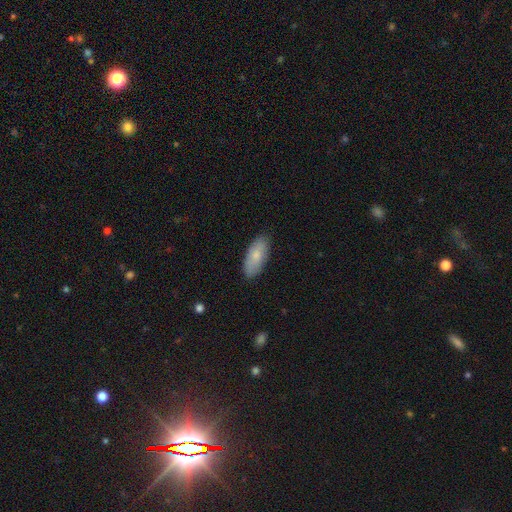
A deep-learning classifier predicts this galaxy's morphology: Q: Smooth or featured?
A: smooth (78%); runner-up: featured or disk (16%)
Q: How rounded?
A: in between (87%); runner-up: cigar-shaped (11%)
Q: Merging?
A: none (84%); runner-up: minor disturbance (13%)